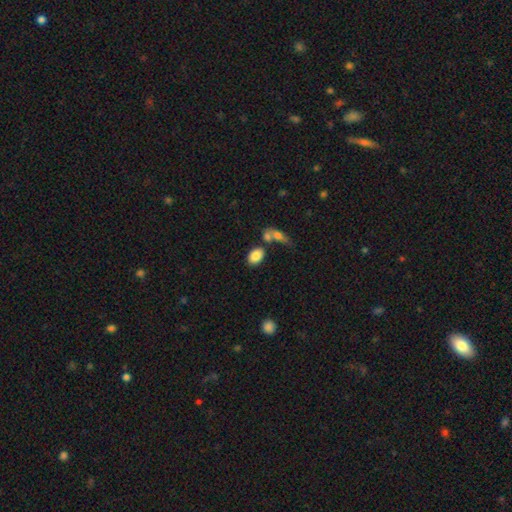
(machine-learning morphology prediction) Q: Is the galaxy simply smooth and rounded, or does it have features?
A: smooth — 83%.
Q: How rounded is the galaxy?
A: in between — 85%.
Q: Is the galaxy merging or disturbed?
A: none — 61%.